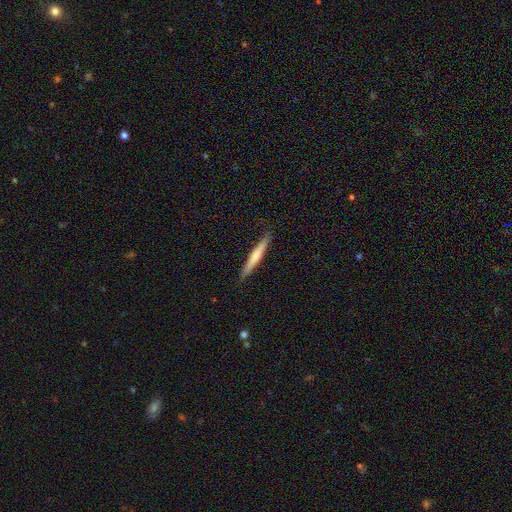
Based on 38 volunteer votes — Smooth or featured: smooth — 47% (featured or disk — 45%)
How rounded: cigar-shaped — 94% (in between — 6%)
Merging: none — 91% (minor disturbance — 9%)